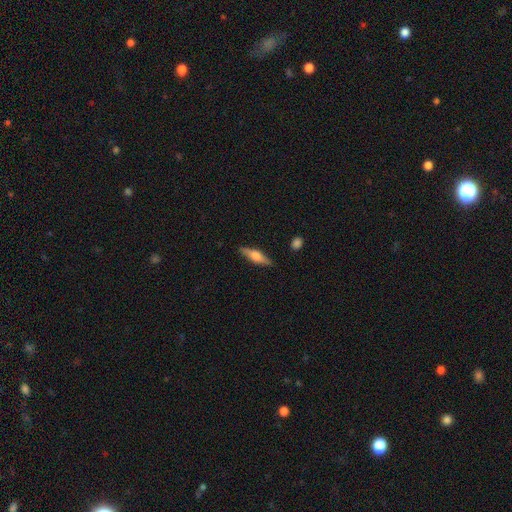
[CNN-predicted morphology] featured or disk 50%, smooth 44%, star or artifact 6%. Down the decision tree: merging — none (87%).